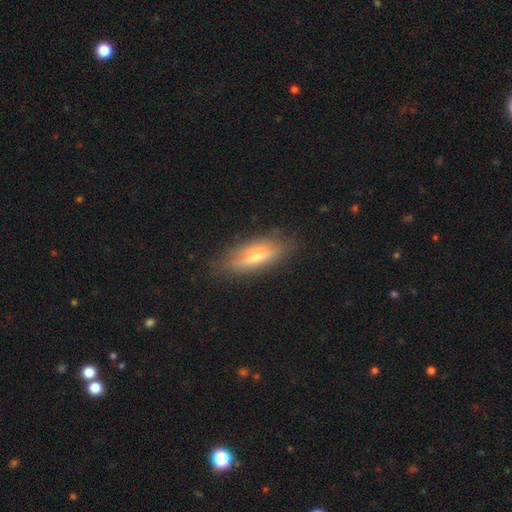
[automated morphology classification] smooth_or_featured: featured or disk (p=0.51) [alt: smooth p=0.41]
disk_edge_on: yes (p=0.82) [alt: no p=0.18]
merging: none (p=0.79) [alt: minor disturbance p=0.15]